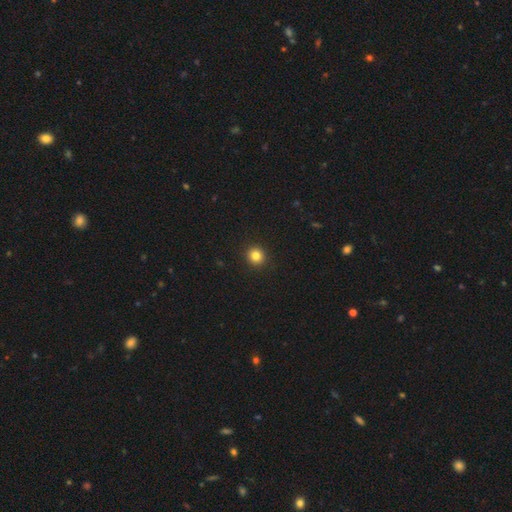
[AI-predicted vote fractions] Smooth or featured?
  - smooth: 82% *
  - star or artifact: 12%
  - featured or disk: 5%
How rounded?
  - round: 94% *
  - in between: 5%
  - cigar-shaped: 1%
Merging?
  - none: 94% *
  - minor disturbance: 4%
  - major disturbance: 1%
  - merger: 1%